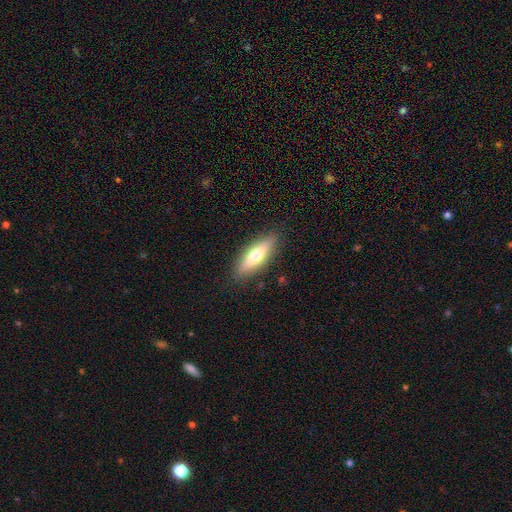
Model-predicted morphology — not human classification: type=smooth (58%); roundness=cigar-shaped (53%); merging=none (87%).